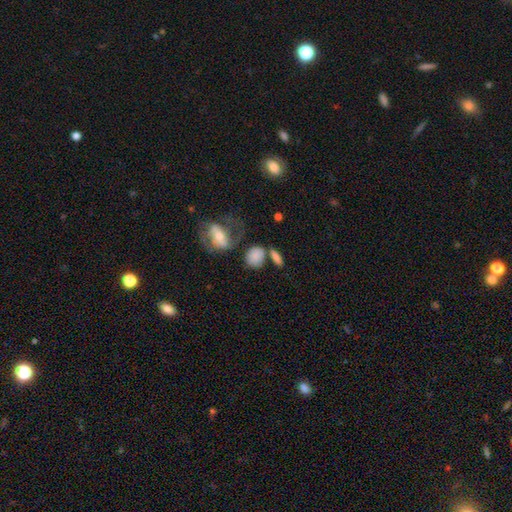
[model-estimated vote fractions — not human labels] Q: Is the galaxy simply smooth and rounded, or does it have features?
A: smooth — 76%.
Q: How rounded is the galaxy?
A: round — 50%.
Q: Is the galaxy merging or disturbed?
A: none — 52%.